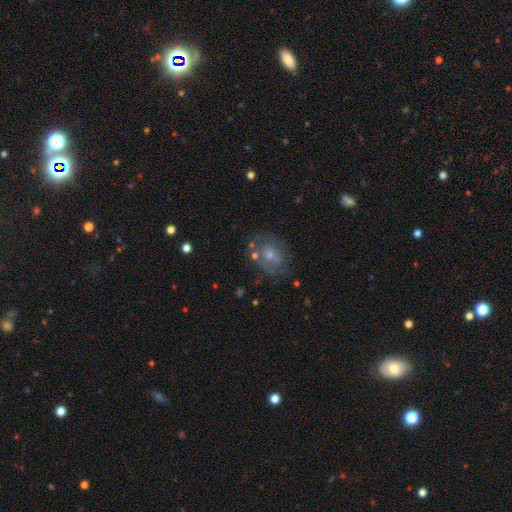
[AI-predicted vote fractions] This appears to be a smooth galaxy with no disk features (44%). Merging: none (60%).